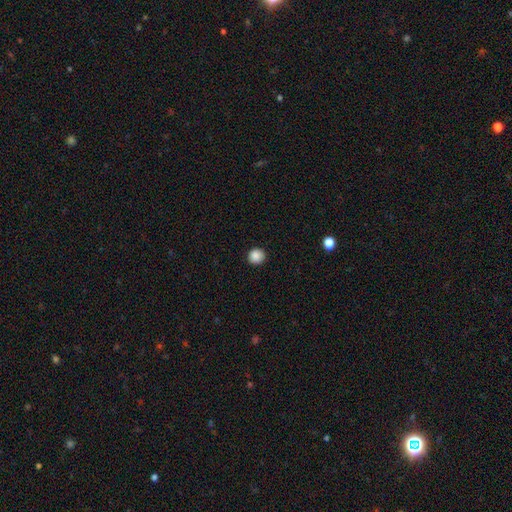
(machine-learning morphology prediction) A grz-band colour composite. It shows a smooth galaxy with no disk features (88%) that is round (92%). Merging: none (92%).